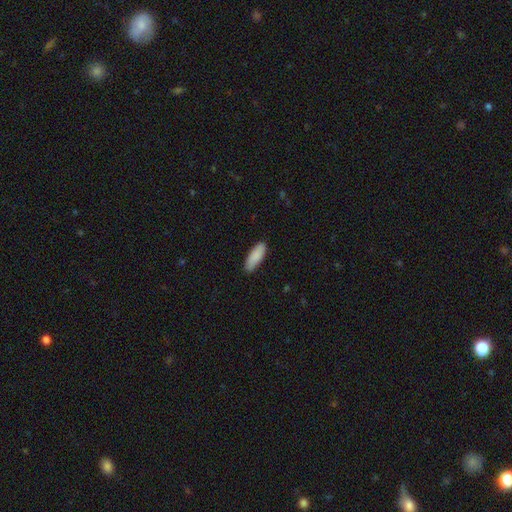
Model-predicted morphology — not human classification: Smooth or featured? smooth (89%)
How rounded? in between (65%)
Merging? none (85%)